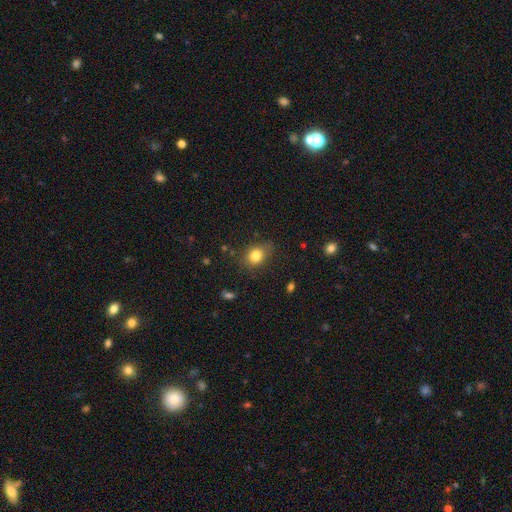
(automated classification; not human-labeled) A smooth galaxy with no disk features (81%) that is round (51%). Merging: none (71%).